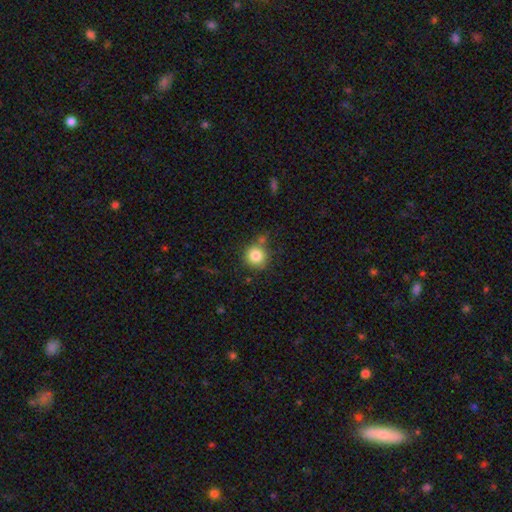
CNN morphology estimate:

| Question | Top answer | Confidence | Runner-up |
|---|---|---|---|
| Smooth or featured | smooth | 83% | star or artifact (11%) |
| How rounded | round | 92% | in between (7%) |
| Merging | none | 75% | minor disturbance (13%) |